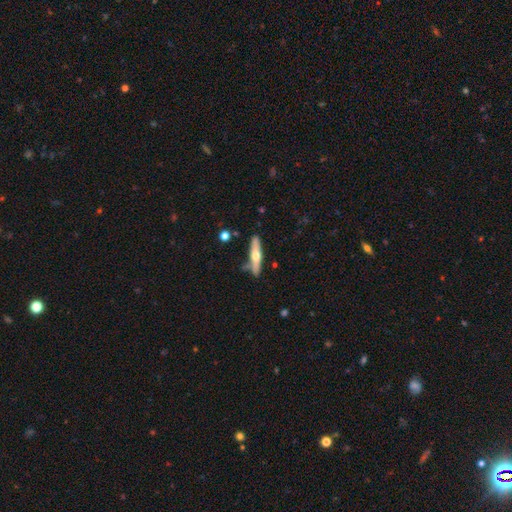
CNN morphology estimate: Smooth or featured? featured or disk (51%)
Edge-on disk? yes (91%)
Merging? none (77%)